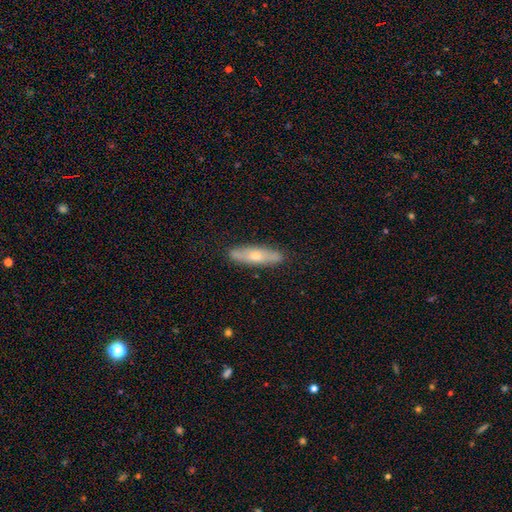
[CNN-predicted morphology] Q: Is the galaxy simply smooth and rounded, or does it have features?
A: featured or disk — 48%.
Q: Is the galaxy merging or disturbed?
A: none — 87%.